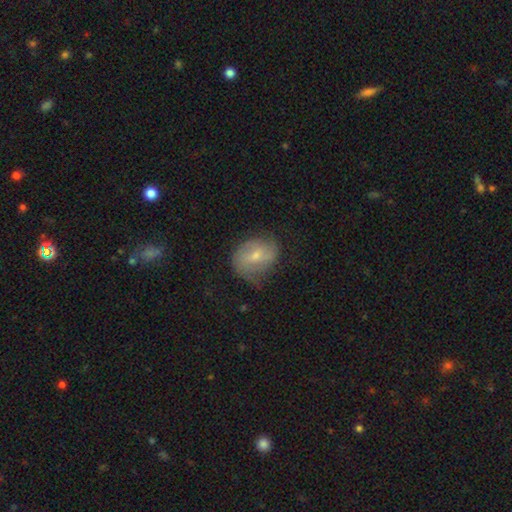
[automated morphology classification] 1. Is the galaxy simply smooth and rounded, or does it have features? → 51% smooth, 41% featured or disk, 8% star or artifact.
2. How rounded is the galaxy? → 53% in between, 46% round, 1% cigar-shaped.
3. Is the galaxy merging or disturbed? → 51% none, 32% minor disturbance, 15% major disturbance, 2% merger.